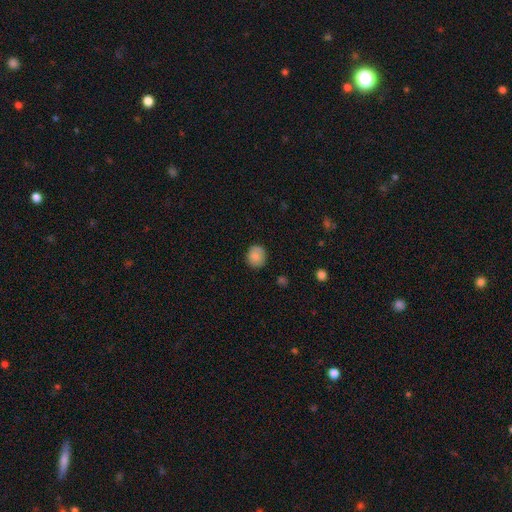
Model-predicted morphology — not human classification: type=smooth (84%); roundness=round (80%); merging=none (82%).